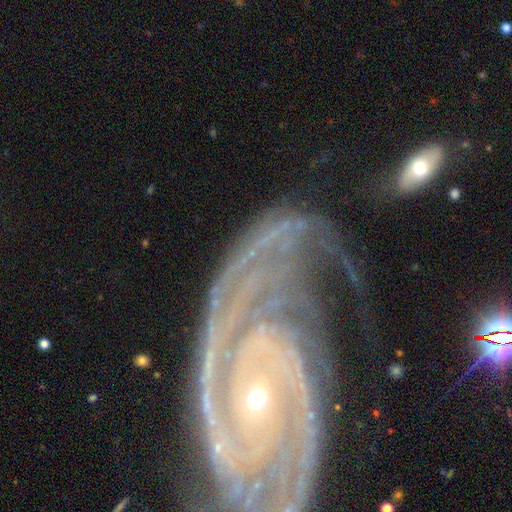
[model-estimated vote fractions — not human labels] The model was most divided on "bulge size": small: 61%, moderate: 34%, large: 3%, none: 1%, dominant: 1%. Remaining: edge-on disk — no (95%); spiral arms — yes (95%); smooth or featured — featured or disk (86%); bar — no (64%); spiral winding — tight (63%); merging — none (57%); spiral arm count — 2 (45%).